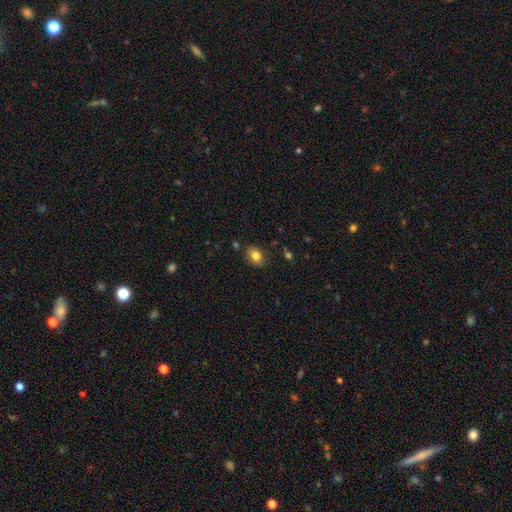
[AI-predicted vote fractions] Smooth or featured? Predicted: smooth (p=0.81). How rounded? Predicted: in between (p=0.73). Merging? Predicted: none (p=0.84).